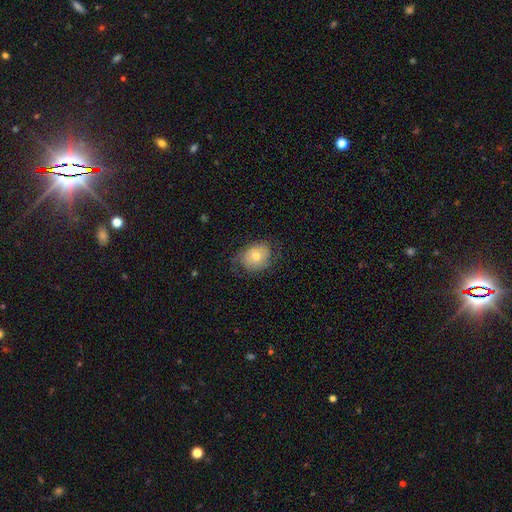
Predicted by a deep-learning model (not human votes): Overall: smooth (56%; featured or disk 36%). How rounded: in between (51%; round 48%). Merging: none (60%; minor disturbance 26%).